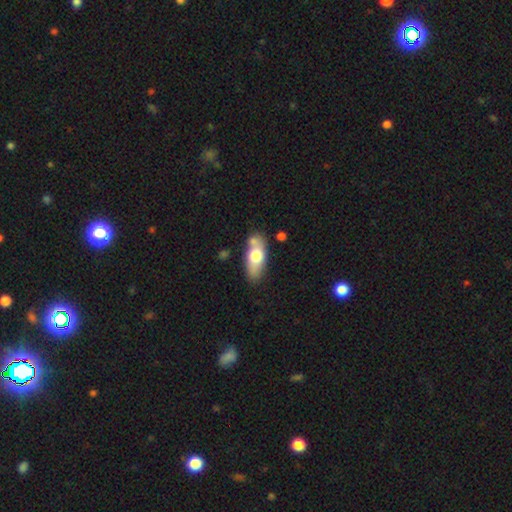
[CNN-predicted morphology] Q: Smooth or featured?
A: smooth (65%); runner-up: featured or disk (29%)
Q: How rounded?
A: in between (79%); runner-up: cigar-shaped (17%)
Q: Merging?
A: none (65%); runner-up: minor disturbance (18%)